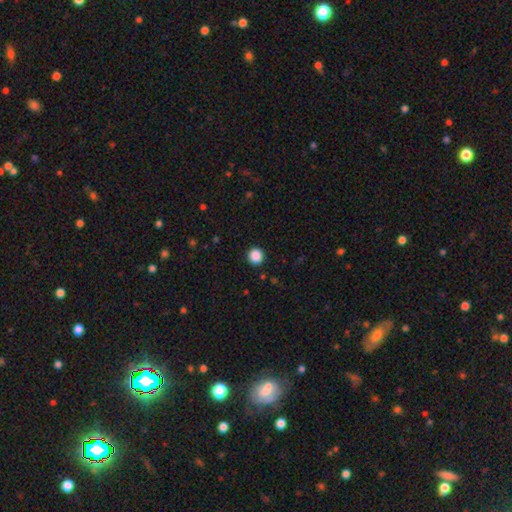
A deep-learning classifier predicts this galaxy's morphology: Overall: smooth (88%). How rounded: round (93%). Merging: none (92%).